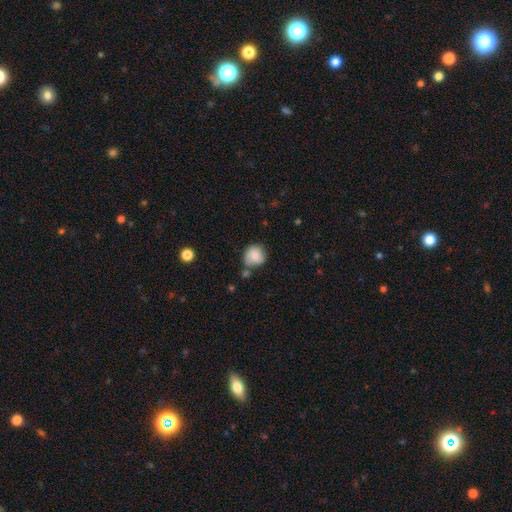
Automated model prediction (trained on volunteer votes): smooth_or_featured: smooth (p=0.85) [alt: star or artifact p=0.08]
how_rounded: round (p=0.80) [alt: in between p=0.19]
merging: none (p=0.60) [alt: minor disturbance p=0.24]